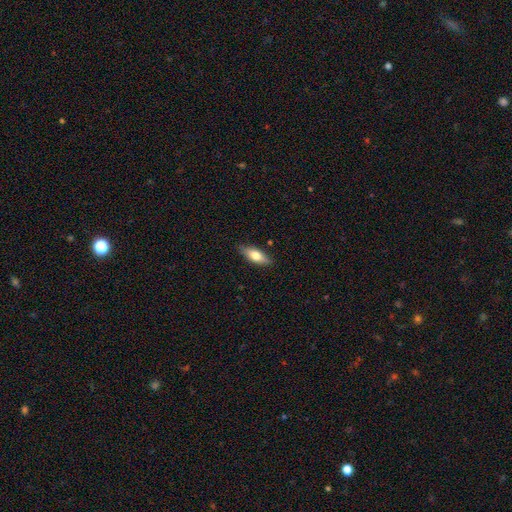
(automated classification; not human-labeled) smooth_or_featured: smooth (p=0.69) [alt: featured or disk p=0.24]
how_rounded: in between (p=0.72) [alt: cigar-shaped p=0.26]
merging: none (p=0.85) [alt: minor disturbance p=0.12]